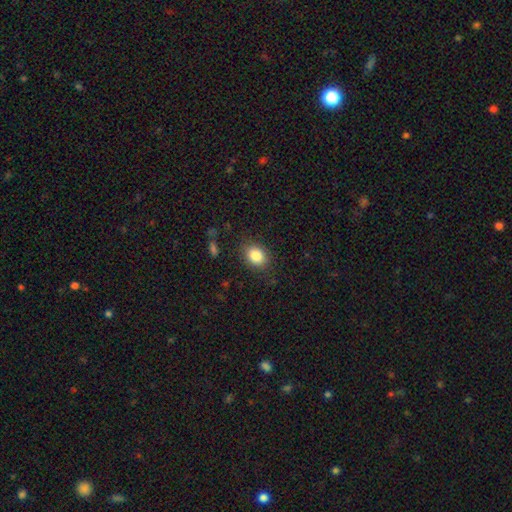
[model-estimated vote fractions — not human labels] The model was most divided on "how rounded": in between: 56%, round: 43%, cigar-shaped: 1%. More confident: smooth or featured — smooth (85%); merging — none (84%).